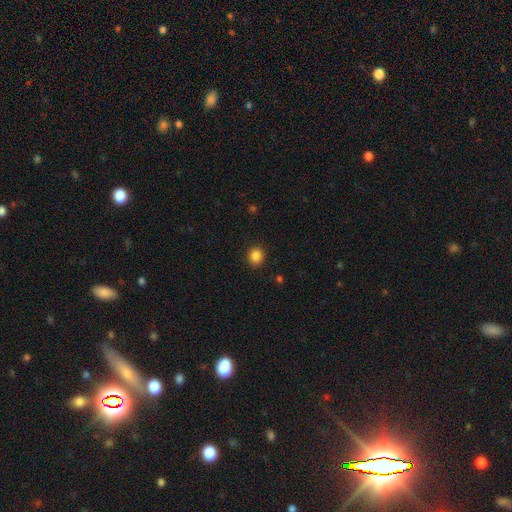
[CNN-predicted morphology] Overall: smooth (86%). How rounded: round (79%). Merging: none (90%).